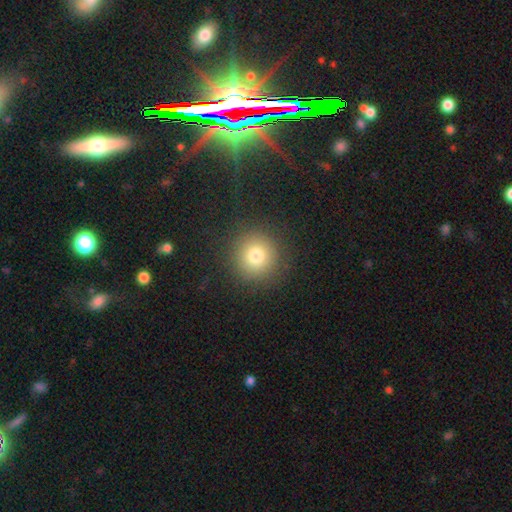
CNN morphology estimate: This appears to be a smooth galaxy with no disk features (78%) that is round (94%). Merging: none (90%).